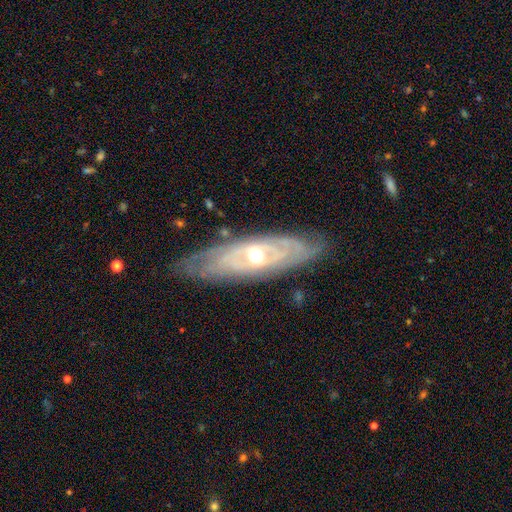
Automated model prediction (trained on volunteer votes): Smooth or featured? Predicted: featured or disk (p=0.82). Edge-on disk? Predicted: no (p=0.76). Bar? Predicted: no (p=0.64). Spiral arms? Predicted: yes (p=0.79). Bulge size? Predicted: moderate (p=0.64). Merging? Predicted: none (p=0.78).